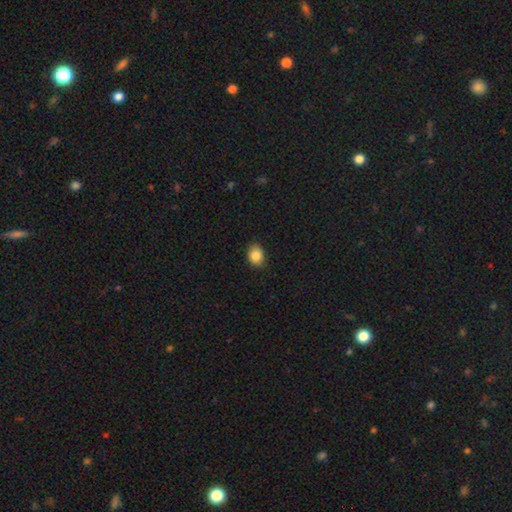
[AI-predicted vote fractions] smooth 86%, star or artifact 9%, featured or disk 5%. Down the decision tree: how rounded — in between (58%); merging — none (84%).